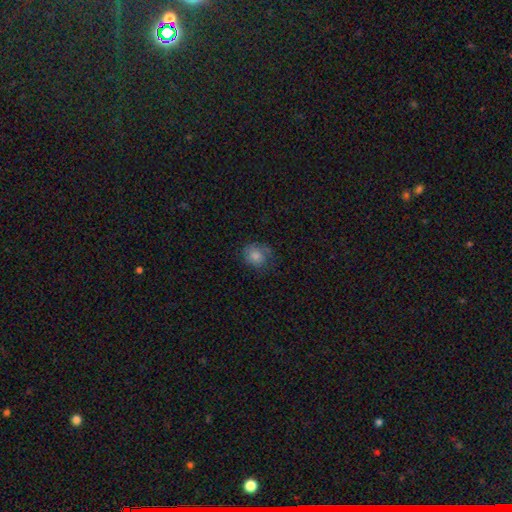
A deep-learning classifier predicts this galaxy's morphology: Smooth or featured? Predicted: smooth (p=0.79). How rounded? Predicted: round (p=0.69). Merging? Predicted: none (p=0.63).